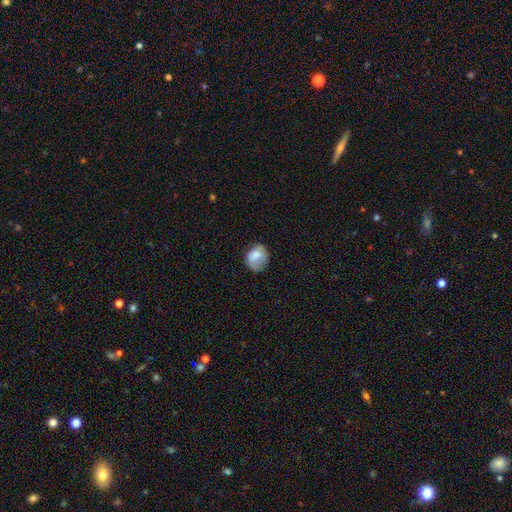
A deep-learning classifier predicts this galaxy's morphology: Smooth or featured? smooth (74%)
How rounded? round (57%)
Merging? none (54%)